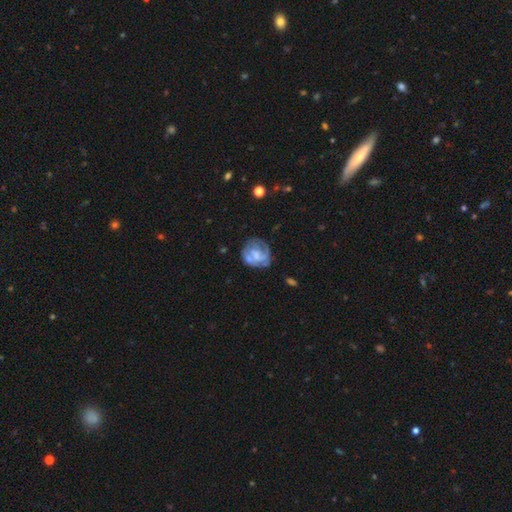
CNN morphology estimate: Overall: featured or disk (65%; smooth 27%). Edge-on disk: no (98%). Bar: no (63%; weak 30%). Spiral arms: yes (64%; no 36%). Bulge size: small (34%; none 33%). Merging: none (53%; minor disturbance 23%).